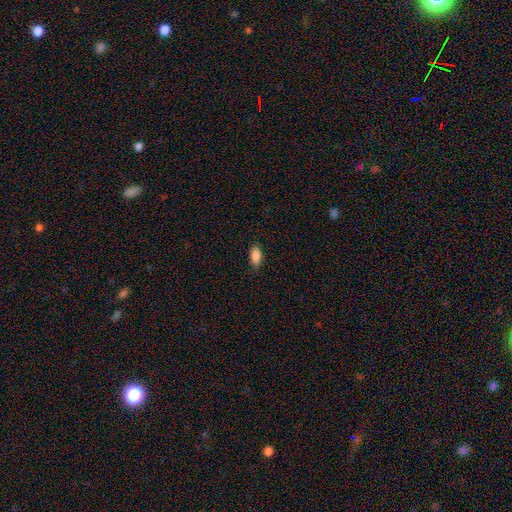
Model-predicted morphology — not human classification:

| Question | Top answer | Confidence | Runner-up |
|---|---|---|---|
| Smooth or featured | smooth | 88% | star or artifact (7%) |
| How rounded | in between | 90% | cigar-shaped (7%) |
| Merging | none | 84% | minor disturbance (13%) |